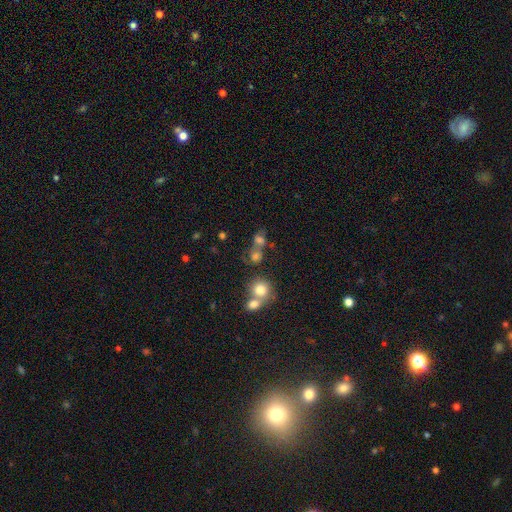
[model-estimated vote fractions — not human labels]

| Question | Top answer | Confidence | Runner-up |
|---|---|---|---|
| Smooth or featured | smooth | 71% | star or artifact (16%) |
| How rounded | round | 75% | in between (24%) |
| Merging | none | 44% | merger (39%) |